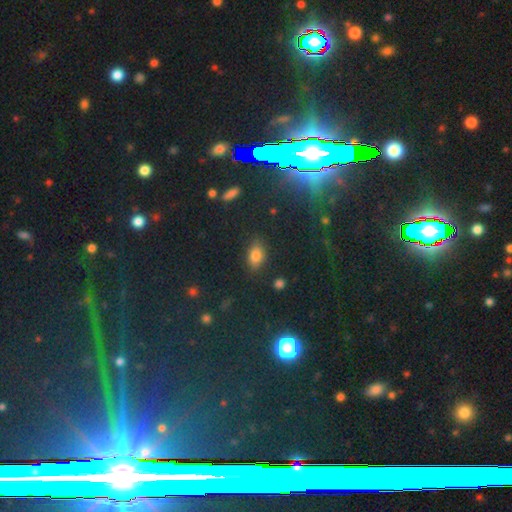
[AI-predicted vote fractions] smooth_or_featured: smooth (p=0.76) [alt: star or artifact p=0.17]
how_rounded: in between (p=0.82) [alt: round p=0.14]
merging: none (p=0.80) [alt: minor disturbance p=0.13]